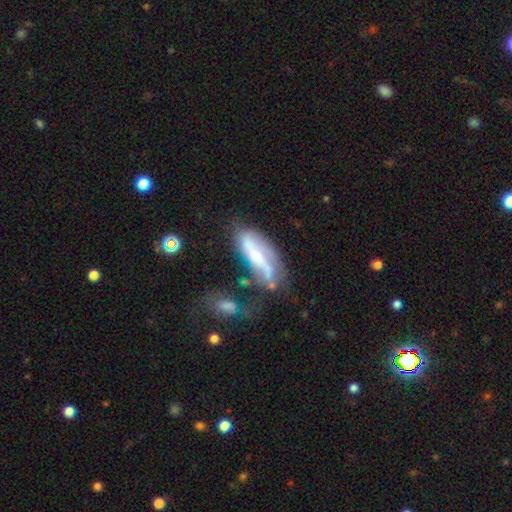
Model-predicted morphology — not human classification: featured or disk 66%, smooth 26%, star or artifact 7%. Down the decision tree: edge-on disk — no (82%); bar — no (37%); spiral arms — yes (79%); bulge size — small (53%); merging — none (47%).